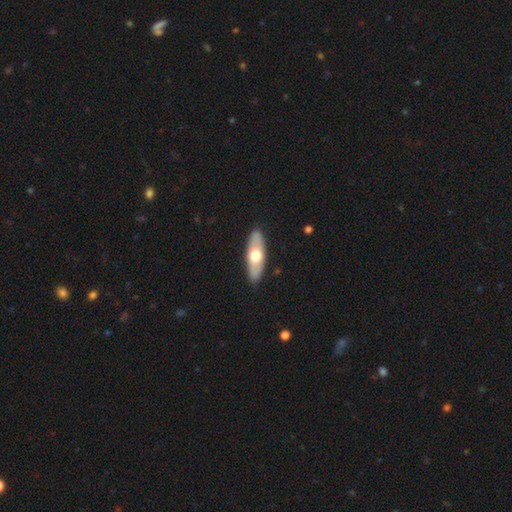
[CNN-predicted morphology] Smooth or featured?
  - smooth: 52% *
  - featured or disk: 44%
  - star or artifact: 5%
How rounded?
  - in between: 65% *
  - cigar-shaped: 32%
  - round: 3%
Merging?
  - none: 89% *
  - minor disturbance: 8%
  - major disturbance: 2%
  - merger: 1%